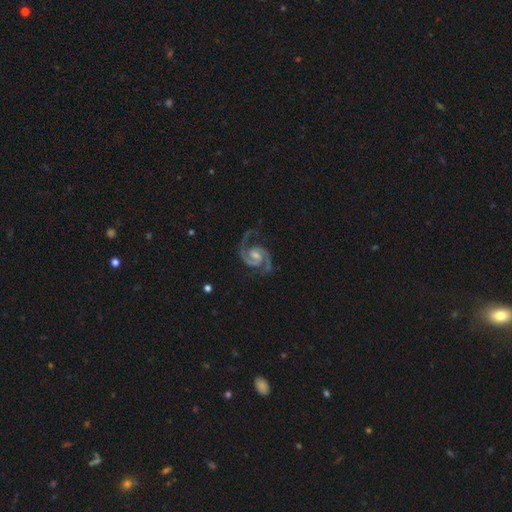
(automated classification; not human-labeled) Smooth or featured: featured or disk — 94% (star or artifact — 4%)
Edge-on disk: no — 98% (yes — 2%)
Bar: weak — 44% (no — 42%)
Spiral arms: yes — 99% (no — 1%)
Spiral winding: medium — 61% (tight — 29%)
Spiral arm count: 2 — 94% (3 — 2%)
Bulge size: moderate — 51% (small — 40%)
Merging: none — 79% (minor disturbance — 14%)